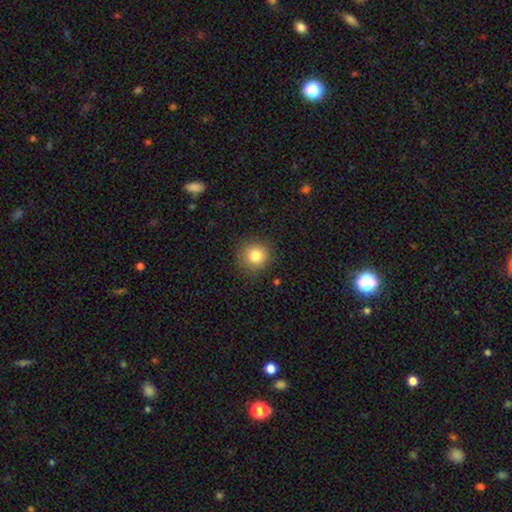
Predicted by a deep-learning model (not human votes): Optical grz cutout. It shows a smooth galaxy with no disk features (83%) that is round (91%). Merging: none (88%).